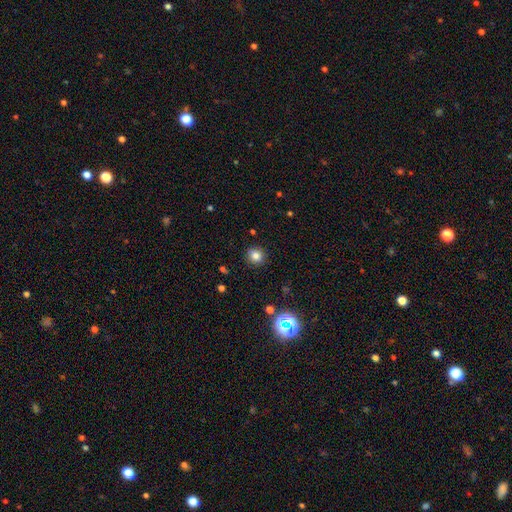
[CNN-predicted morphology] smooth 79%, star or artifact 15%, featured or disk 6%. Down the decision tree: how rounded — round (90%); merging — none (89%).